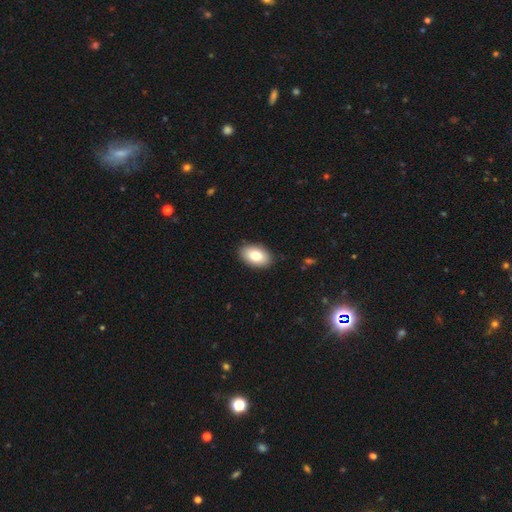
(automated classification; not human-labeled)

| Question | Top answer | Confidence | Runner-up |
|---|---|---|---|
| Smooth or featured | smooth | 81% | featured or disk (12%) |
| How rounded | in between | 92% | round (6%) |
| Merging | none | 89% | minor disturbance (8%) |